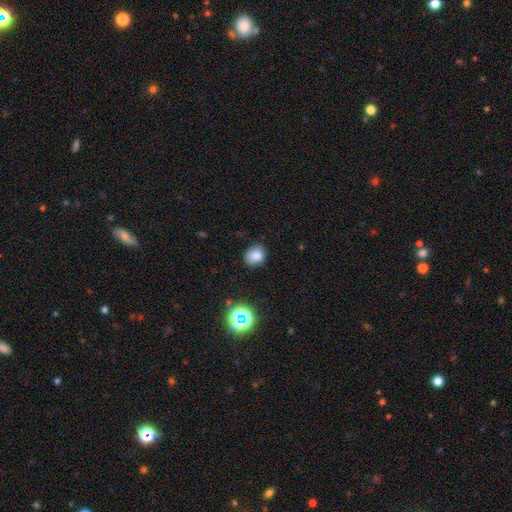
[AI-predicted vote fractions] Morphology: type=smooth (80%); roundness=round (59%); merging=none (77%).